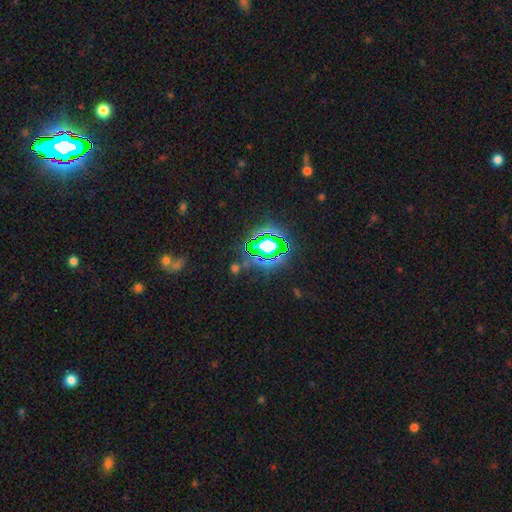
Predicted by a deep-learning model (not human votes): This is likely a star or artifact rather than a galaxy (78%).